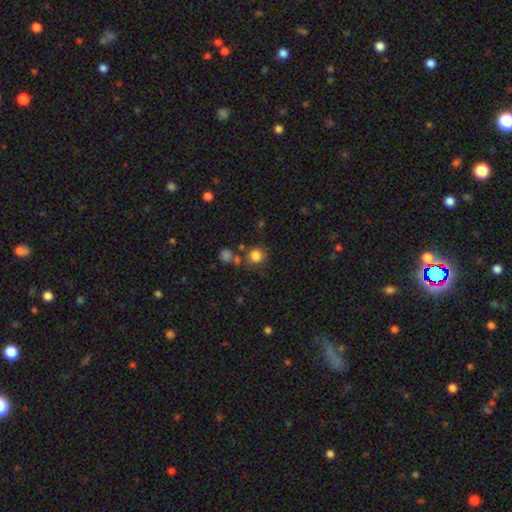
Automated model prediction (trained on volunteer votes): This appears to be a smooth galaxy with no disk features (81%) that is round (87%). Merging: none (68%).